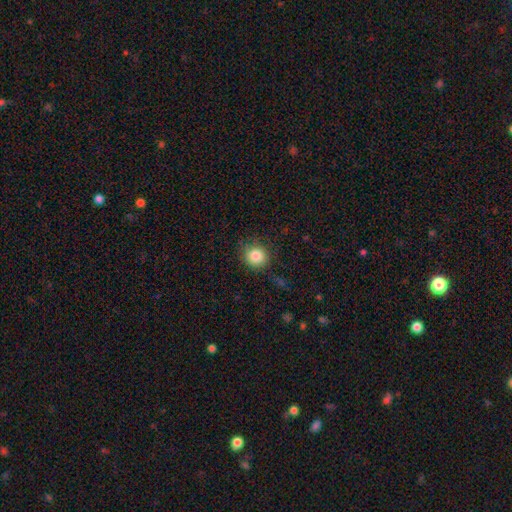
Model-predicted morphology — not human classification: A smooth galaxy with no disk features (85%) that is round (84%). Merging: none (80%).